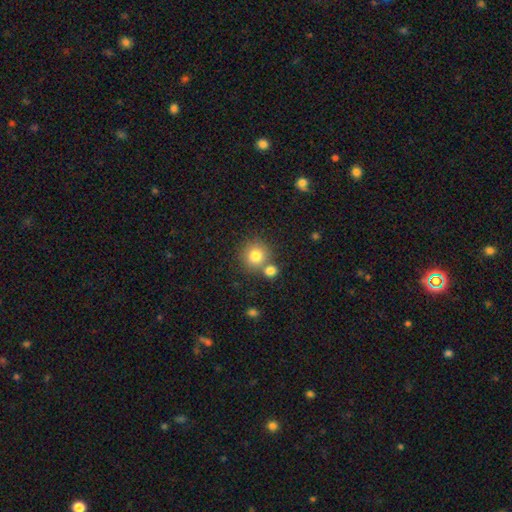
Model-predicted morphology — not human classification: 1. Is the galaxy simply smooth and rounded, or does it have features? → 79% smooth, 11% star or artifact, 9% featured or disk.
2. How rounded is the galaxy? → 90% round, 9% in between, 1% cigar-shaped.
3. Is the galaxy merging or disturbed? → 64% none, 25% merger, 9% minor disturbance, 3% major disturbance.